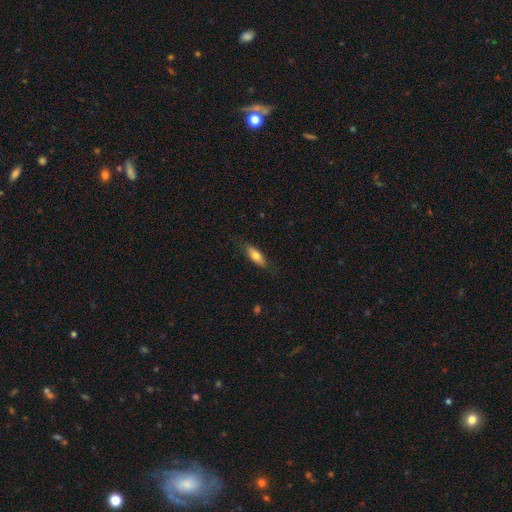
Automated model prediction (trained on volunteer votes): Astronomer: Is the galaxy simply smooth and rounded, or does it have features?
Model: smooth — 71%.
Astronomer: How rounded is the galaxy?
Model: in between — 62%.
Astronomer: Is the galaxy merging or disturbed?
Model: none — 79%.